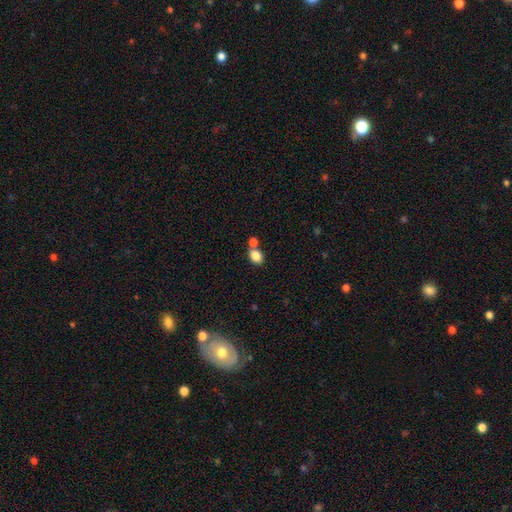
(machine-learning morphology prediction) Q: Smooth or featured?
A: smooth (84%); runner-up: star or artifact (10%)
Q: How rounded?
A: in between (50%); runner-up: round (49%)
Q: Merging?
A: none (59%); runner-up: merger (28%)